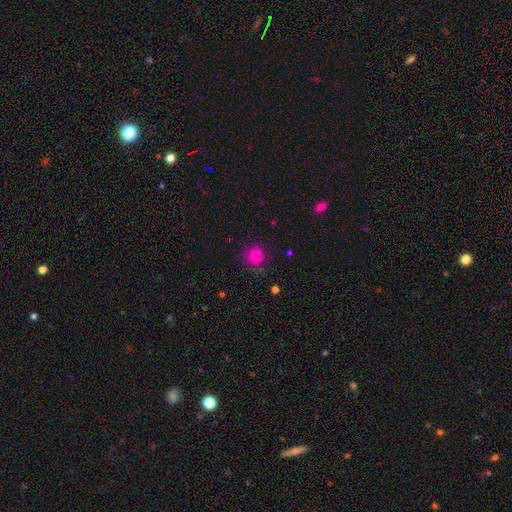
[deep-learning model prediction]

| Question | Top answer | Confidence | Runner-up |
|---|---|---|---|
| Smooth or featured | smooth | 82% | star or artifact (12%) |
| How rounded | round | 87% | in between (12%) |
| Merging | none | 80% | minor disturbance (14%) |